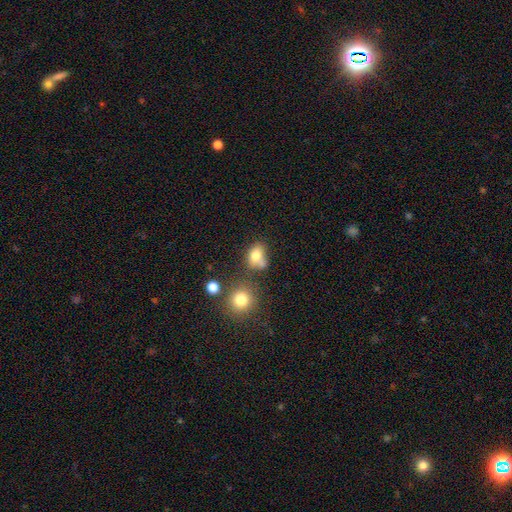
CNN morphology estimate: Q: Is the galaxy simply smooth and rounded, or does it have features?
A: smooth — 78%.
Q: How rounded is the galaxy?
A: in between — 60%.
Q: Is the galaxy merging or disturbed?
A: none — 43%.